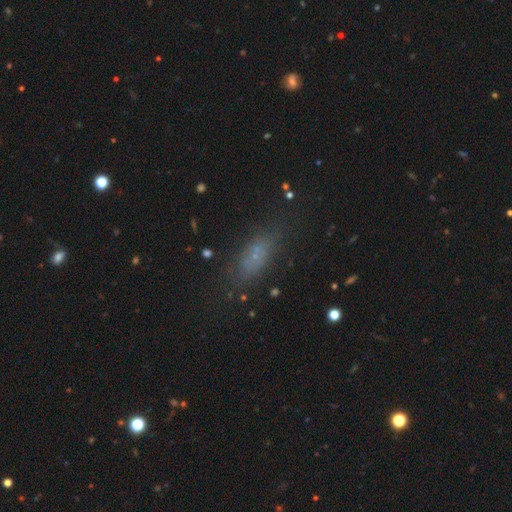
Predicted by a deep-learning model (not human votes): Morphology: type=smooth (65%); roundness=in between (62%); merging=none (70%).